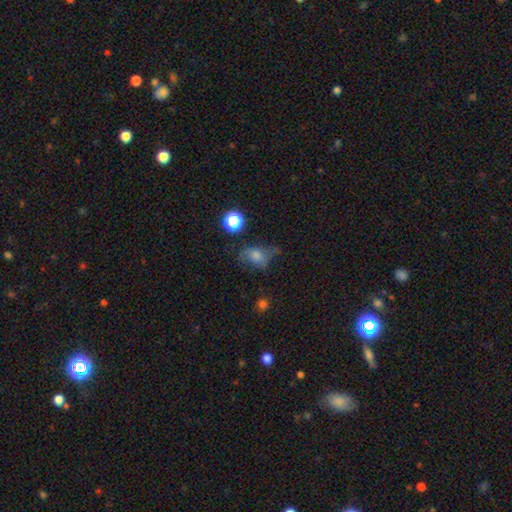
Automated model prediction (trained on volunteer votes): Smooth or featured: smooth — 56% (featured or disk — 25%)
How rounded: in between — 65% (round — 33%)
Merging: none — 46% (minor disturbance — 29%)